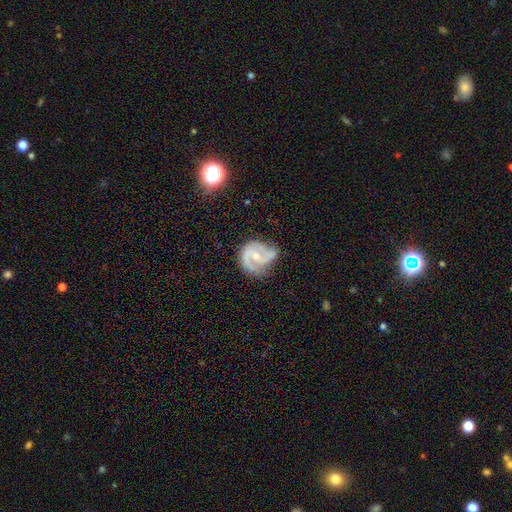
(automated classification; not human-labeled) featured or disk 87%, smooth 8%, star or artifact 5%. Down the decision tree: edge-on disk — no (98%); bar — weak (47%); spiral arms — yes (97%); spiral arm count — 2 (81%); spiral winding — medium (53%); bulge size — small (54%); merging — none (55%).